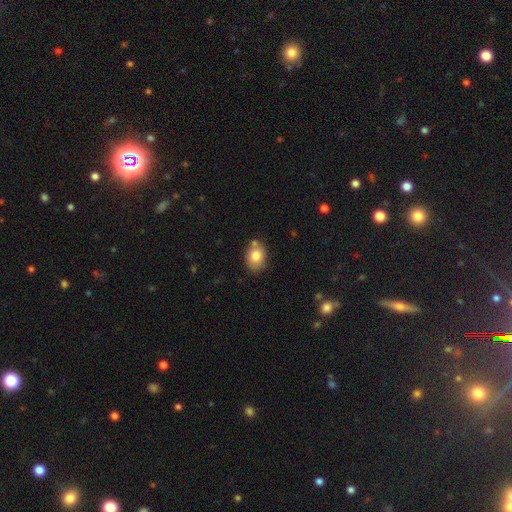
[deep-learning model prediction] Smooth or featured? smooth (79%)
How rounded? in between (65%)
Merging? none (70%)